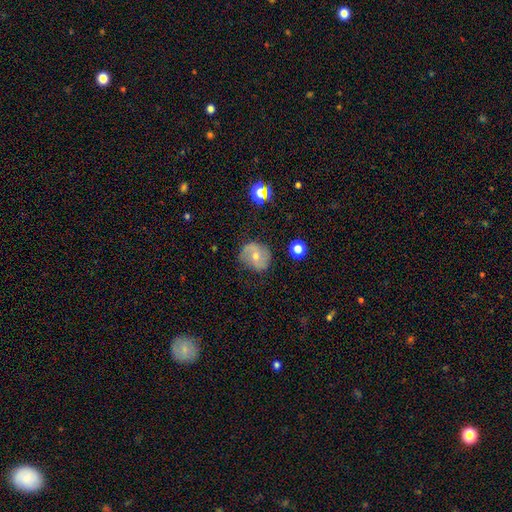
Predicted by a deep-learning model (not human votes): Q: Smooth or featured?
A: featured or disk (62%); runner-up: smooth (27%)
Q: Edge-on disk?
A: no (96%); runner-up: yes (4%)
Q: Bar?
A: no (51%); runner-up: weak (35%)
Q: Spiral arms?
A: yes (82%); runner-up: no (18%)
Q: Bulge size?
A: moderate (49%); runner-up: small (47%)
Q: Merging?
A: none (73%); runner-up: minor disturbance (19%)